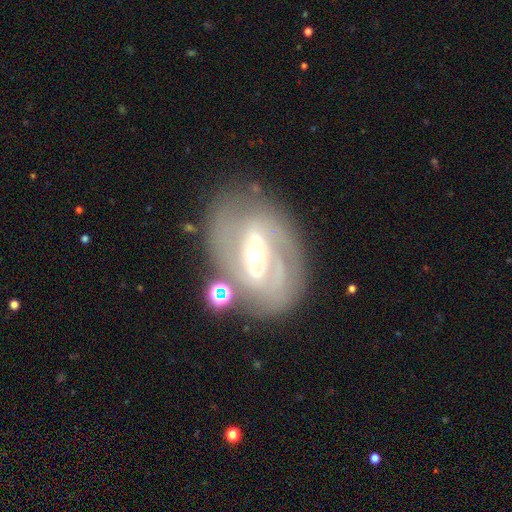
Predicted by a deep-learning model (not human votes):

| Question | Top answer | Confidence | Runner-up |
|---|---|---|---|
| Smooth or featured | featured or disk | 84% | smooth (10%) |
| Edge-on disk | no | 95% | yes (5%) |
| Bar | strong | 44% | weak (37%) |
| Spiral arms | yes | 87% | no (13%) |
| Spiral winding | tight | 58% | medium (32%) |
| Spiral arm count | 2 | 50% | can't tell (25%) |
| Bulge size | moderate | 58% | small (37%) |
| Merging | none | 72% | minor disturbance (16%) |